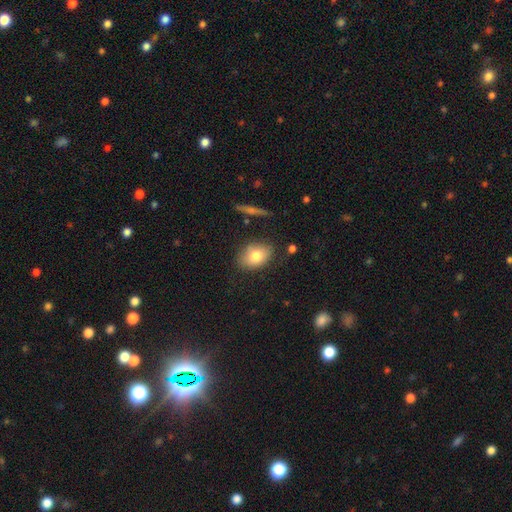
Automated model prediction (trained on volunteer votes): The model was most divided on "smooth or featured": smooth: 77%, featured or disk: 15%, star or artifact: 8%. More confident: how rounded — in between (80%); merging — none (78%).